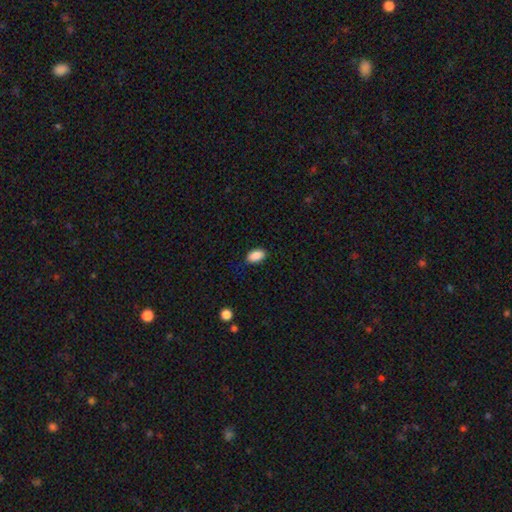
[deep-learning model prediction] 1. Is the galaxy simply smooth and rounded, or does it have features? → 89% smooth, 8% star or artifact, 3% featured or disk.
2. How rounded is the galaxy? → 93% in between, 5% round, 2% cigar-shaped.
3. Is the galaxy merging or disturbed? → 83% none, 13% minor disturbance, 3% major disturbance, 1% merger.